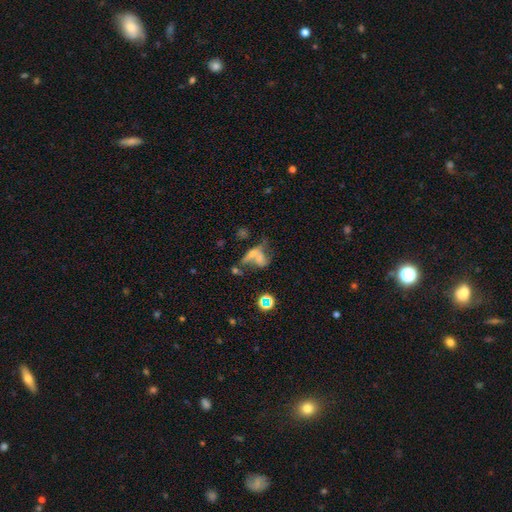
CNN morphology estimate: smooth-or-featured: smooth: 46% | featured or disk: 31% | star or artifact: 22%
  merging: merger: 49% | none: 22% | major disturbance: 18% | minor disturbance: 11%